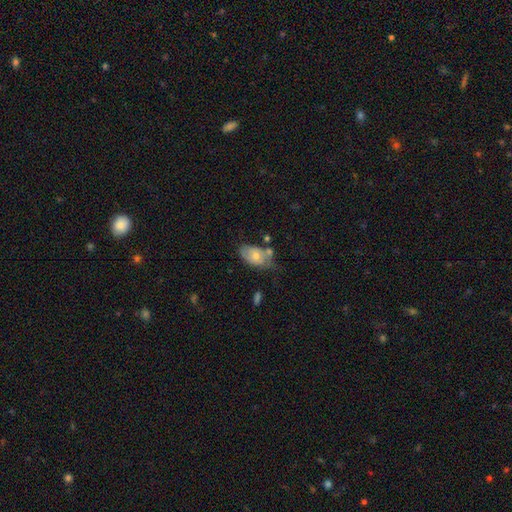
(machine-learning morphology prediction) A smooth galaxy with no disk features (58%) that is in between round and cigar-shaped (88%).

Vote fractions:
- Smooth or featured? smooth: 58% / featured or disk: 34% / star or artifact: 8%
- How rounded? in between: 88% / round: 10% / cigar-shaped: 2%
- Merging? none: 44% / minor disturbance: 30% / merger: 15% / major disturbance: 11%